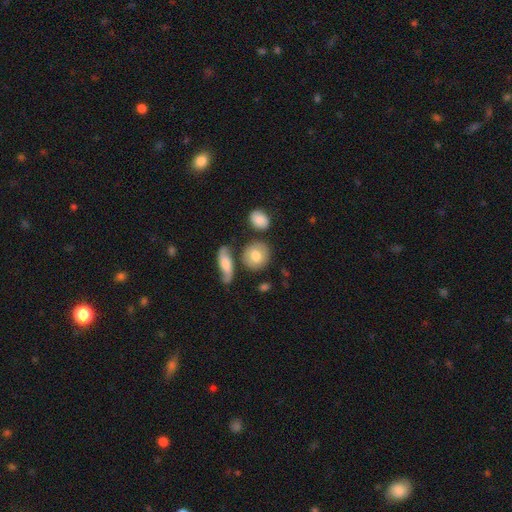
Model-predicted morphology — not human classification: The model was most divided on "smooth or featured": smooth: 72%, featured or disk: 21%, star or artifact: 7%. More confident: how rounded — round (78%); merging — none (71%).